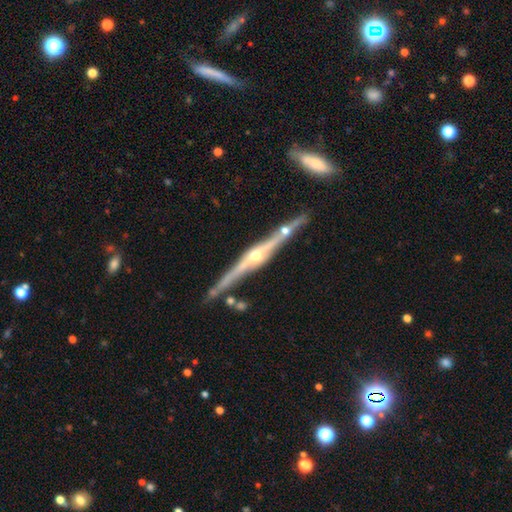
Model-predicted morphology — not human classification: featured or disk 87%, smooth 7%, star or artifact 6%. Down the decision tree: edge-on disk — yes (98%); edge-on bulge — rounded (91%); merging — none (79%).